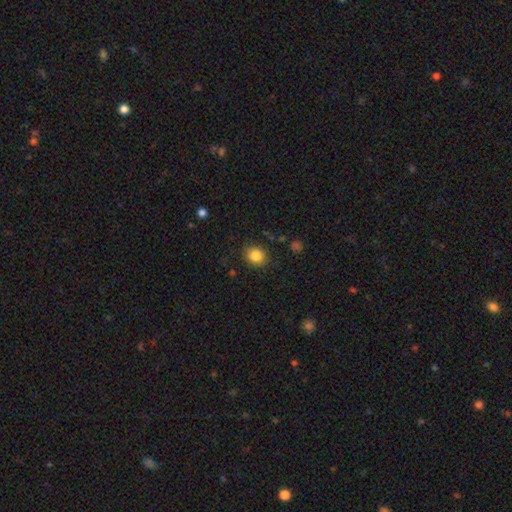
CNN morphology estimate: The model was most divided on "how rounded": round: 76%, in between: 24%, cigar-shaped: 1%. More confident: merging — none (86%); smooth or featured — smooth (85%).